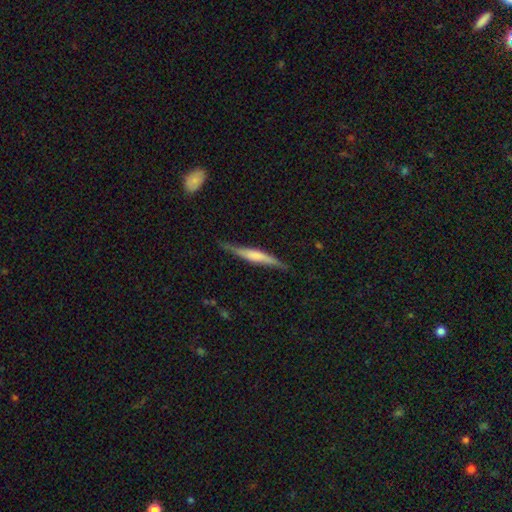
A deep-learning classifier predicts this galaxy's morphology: Overall: featured or disk (52%; smooth 42%). Edge-on disk: yes (94%). Merging: none (79%).